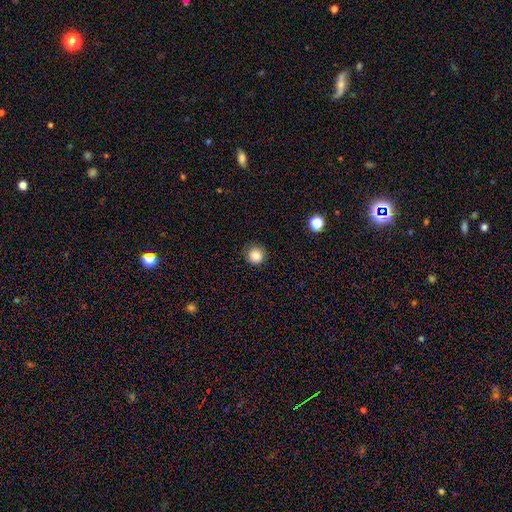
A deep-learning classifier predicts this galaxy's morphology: The model was most divided on "smooth or featured": smooth: 85%, star or artifact: 11%, featured or disk: 4%. More confident: how rounded — round (94%); merging — none (88%).